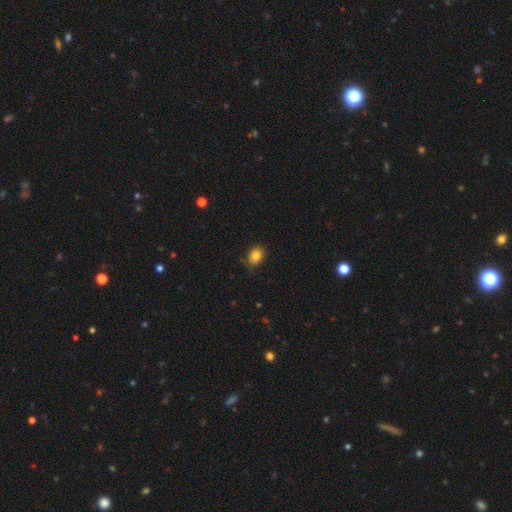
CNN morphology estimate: smooth-or-featured: smooth: 84% | star or artifact: 10% | featured or disk: 6%
  how-rounded: in between: 66% | round: 32% | cigar-shaped: 1%
  merging: none: 79% | minor disturbance: 17% | major disturbance: 3% | merger: 1%